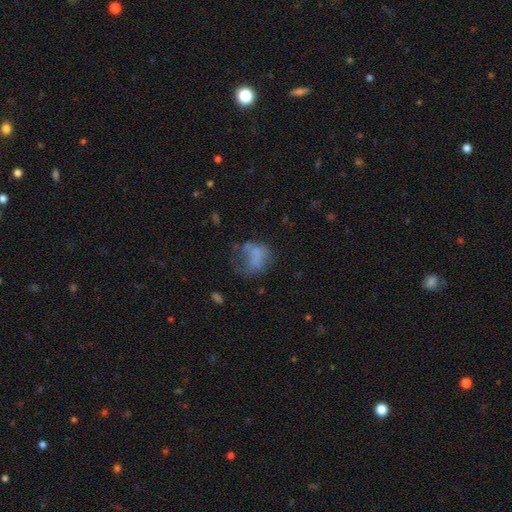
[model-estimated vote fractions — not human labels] This is possibly a smooth galaxy (55%). How rounded: possibly in between (58%). Merging: marginally major disturbance (42%).